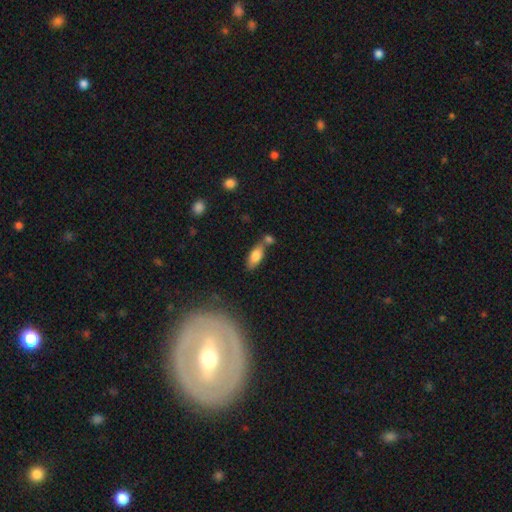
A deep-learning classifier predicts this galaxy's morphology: A smooth galaxy with no disk features (77%) that is in between round and cigar-shaped (80%). Merging: none (57%).